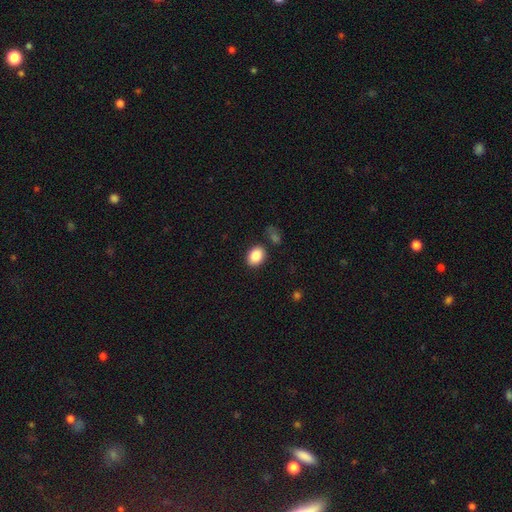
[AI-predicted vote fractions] This appears to be a smooth galaxy with no disk features (87%) that is in between round and cigar-shaped (69%). Merging: none (82%).